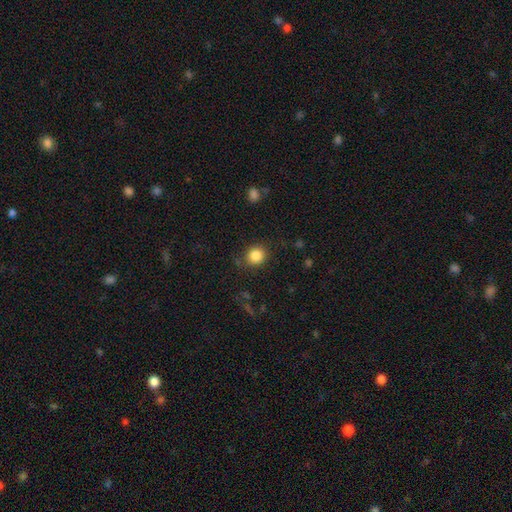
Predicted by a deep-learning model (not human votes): smooth_or_featured: smooth (p=0.84) [alt: star or artifact p=0.11]
how_rounded: round (p=0.82) [alt: in between p=0.17]
merging: none (p=0.85) [alt: minor disturbance p=0.10]